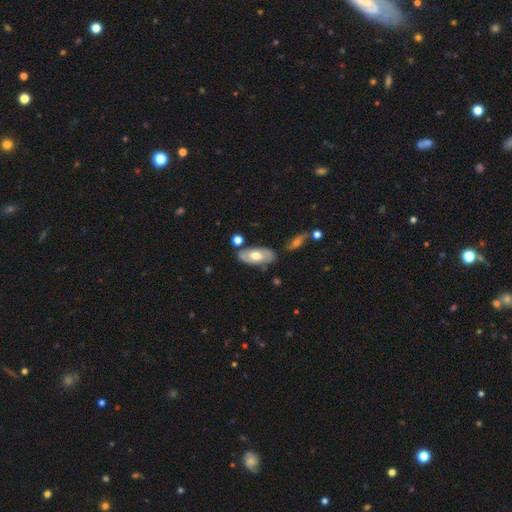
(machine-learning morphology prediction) This appears to be a featured or disk galaxy (49%). Merging: none (73%).